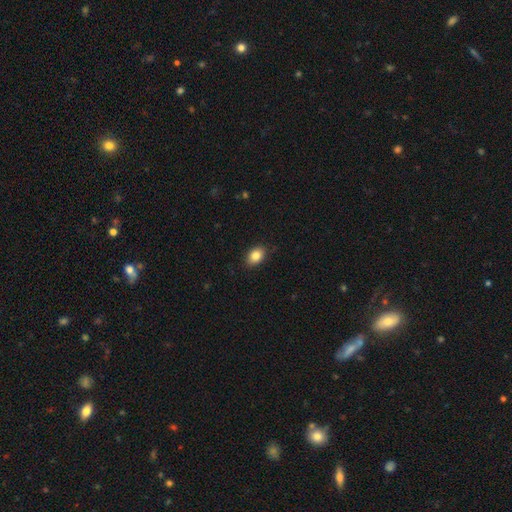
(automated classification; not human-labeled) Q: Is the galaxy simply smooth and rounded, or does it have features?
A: smooth — 85%.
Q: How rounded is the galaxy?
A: in between — 82%.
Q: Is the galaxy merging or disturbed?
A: none — 87%.